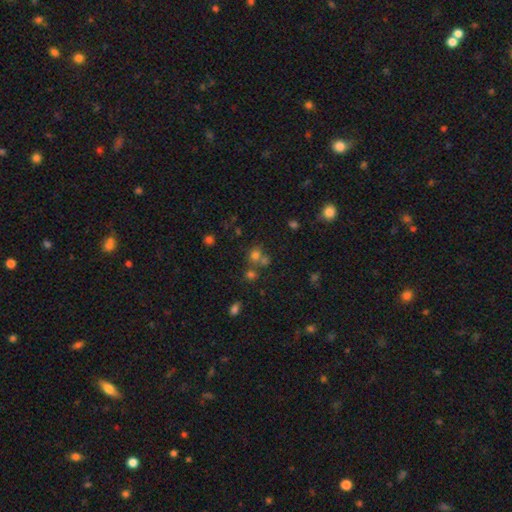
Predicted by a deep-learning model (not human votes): smooth 63%, star or artifact 26%, featured or disk 11%. Down the decision tree: how rounded — round (83%); merging — none (57%).